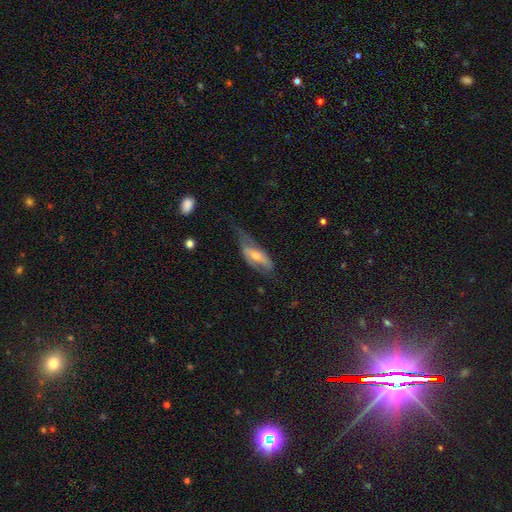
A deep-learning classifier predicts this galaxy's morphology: A featured or disk galaxy (57%).

Vote fractions:
- Smooth or featured? featured or disk: 57% / smooth: 35% / star or artifact: 7%
- Edge-on disk? no: 71% / yes: 29%
- Merging? none: 37% / major disturbance: 31% / minor disturbance: 30% / merger: 2%